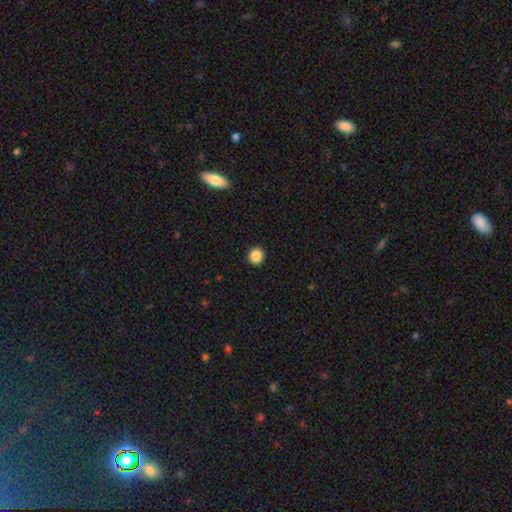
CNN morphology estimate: Smooth or featured?
  - smooth: 87% *
  - star or artifact: 9%
  - featured or disk: 4%
How rounded?
  - round: 92% *
  - in between: 7%
  - cigar-shaped: 1%
Merging?
  - none: 93% *
  - minor disturbance: 4%
  - major disturbance: 1%
  - merger: 1%